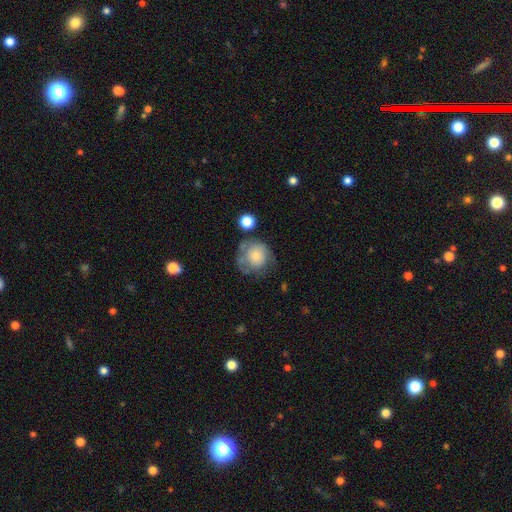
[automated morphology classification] Smooth or featured?
  - smooth: 61% *
  - featured or disk: 31%
  - star or artifact: 8%
How rounded?
  - round: 86% *
  - in between: 13%
  - cigar-shaped: 1%
Merging?
  - none: 48% *
  - minor disturbance: 27%
  - major disturbance: 19%
  - merger: 6%